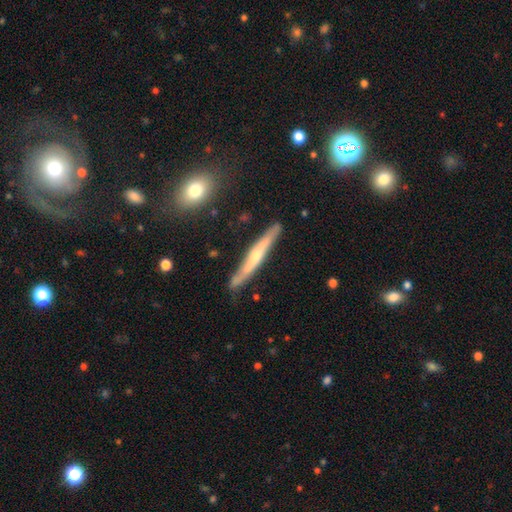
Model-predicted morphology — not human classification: This appears to be a featured or disk galaxy (66%) viewed edge-on (92%) with a rounded central bulge (66%). Merging: none (82%).